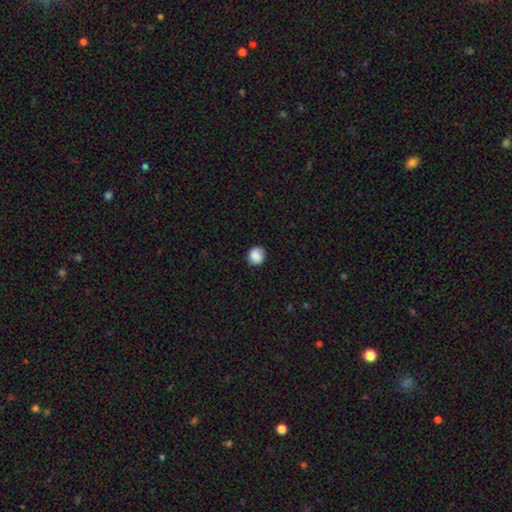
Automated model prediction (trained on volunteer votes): The model was most divided on "how rounded": round: 85%, in between: 14%, cigar-shaped: 1%. More confident: smooth or featured — smooth (87%); merging — none (85%).